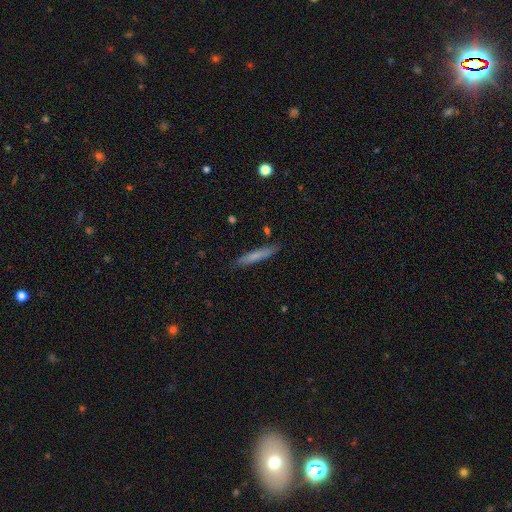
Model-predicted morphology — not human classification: The model was most divided on "smooth or featured": smooth: 71%, featured or disk: 23%, star or artifact: 6%. More confident: how rounded — cigar-shaped (94%); merging — none (87%).